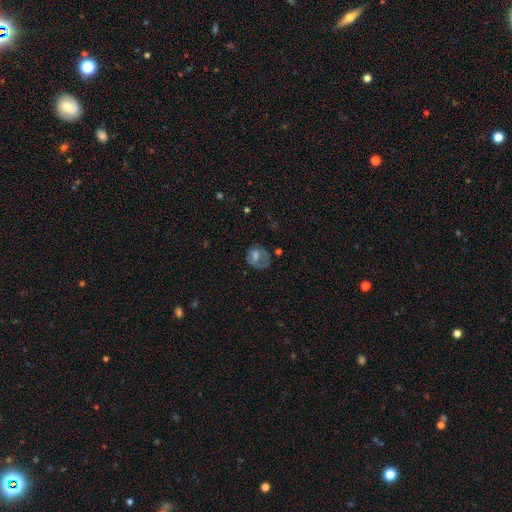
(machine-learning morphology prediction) This is possibly a smooth galaxy (51%). How rounded: likely round (62%). Merging: possibly none (55%).